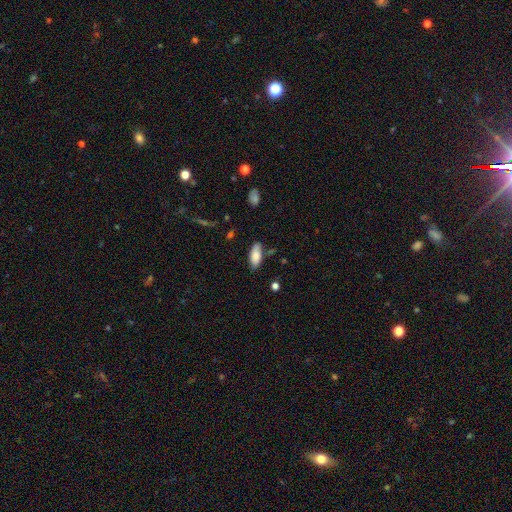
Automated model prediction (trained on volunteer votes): This appears to be a smooth galaxy with no disk features (82%) that is in between round and cigar-shaped (84%). Merging: none (75%).